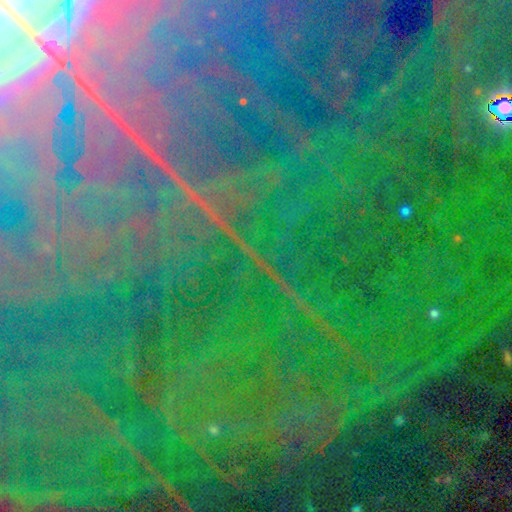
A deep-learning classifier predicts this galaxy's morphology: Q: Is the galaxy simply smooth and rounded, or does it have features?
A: star or artifact — 87%.